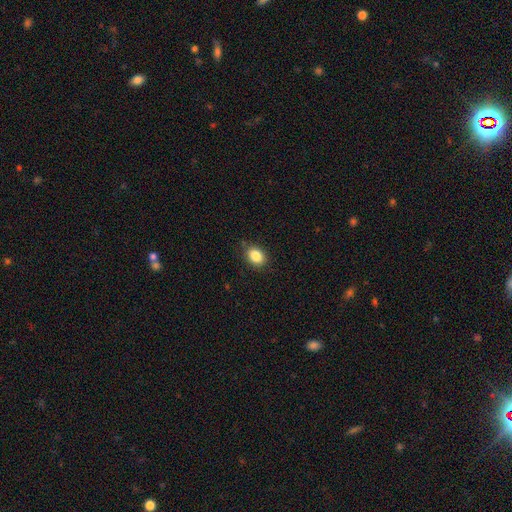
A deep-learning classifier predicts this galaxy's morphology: A smooth galaxy with no disk features (85%) that is in between round and cigar-shaped (64%).

Vote fractions:
- Smooth or featured? smooth: 85% / star or artifact: 9% / featured or disk: 5%
- How rounded? in between: 64% / round: 35% / cigar-shaped: 1%
- Merging? none: 83% / minor disturbance: 13% / major disturbance: 3% / merger: 1%